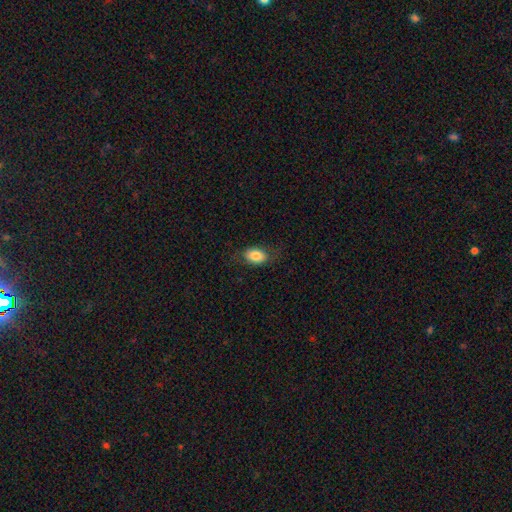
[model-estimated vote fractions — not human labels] Q: Smooth or featured?
A: smooth (81%); runner-up: featured or disk (11%)
Q: How rounded?
A: in between (86%); runner-up: round (12%)
Q: Merging?
A: none (74%); runner-up: minor disturbance (18%)